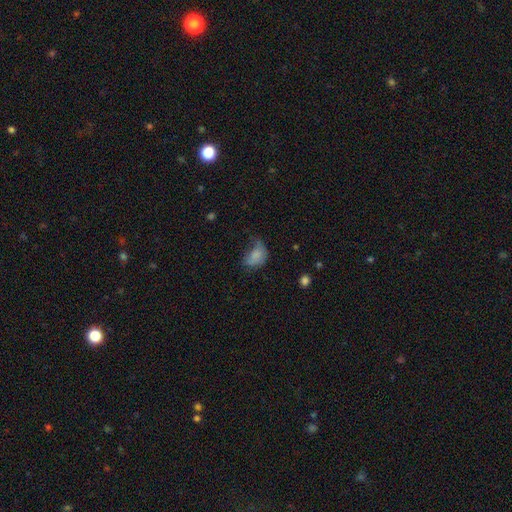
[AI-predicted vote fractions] Smooth or featured? Predicted: smooth (p=0.72). How rounded? Predicted: in between (p=0.81). Merging? Predicted: major disturbance (p=0.42).